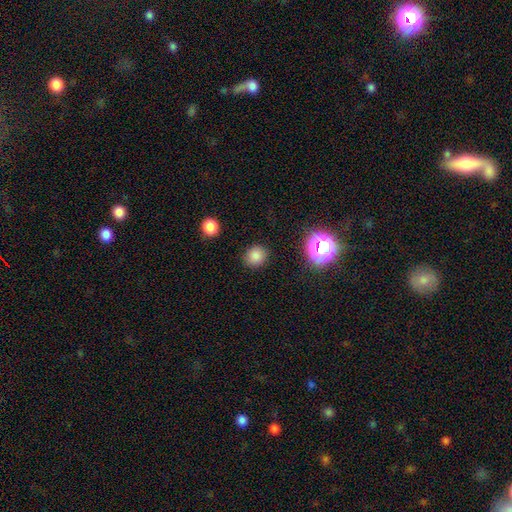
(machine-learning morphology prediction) A smooth galaxy with no disk features (81%) that is round (80%). Merging: none (88%).